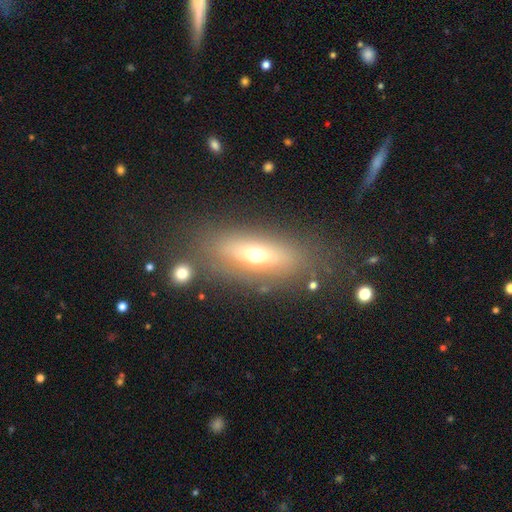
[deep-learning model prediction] This is possibly a smooth galaxy (56%). How rounded: likely in between (62%). Merging: likely none (75%).